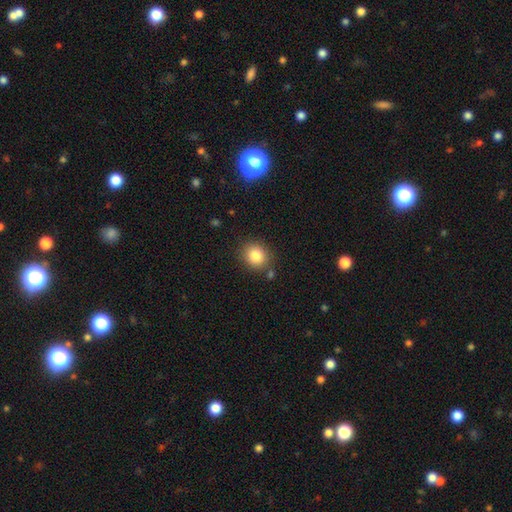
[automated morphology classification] Smooth or featured?
  - smooth: 84% *
  - star or artifact: 10%
  - featured or disk: 6%
How rounded?
  - round: 76% *
  - in between: 23%
  - cigar-shaped: 1%
Merging?
  - none: 82% *
  - minor disturbance: 10%
  - merger: 5%
  - major disturbance: 3%